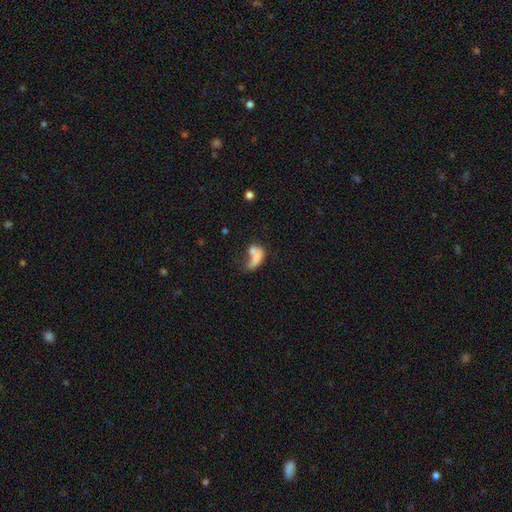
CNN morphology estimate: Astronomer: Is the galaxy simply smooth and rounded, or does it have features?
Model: smooth — 65%.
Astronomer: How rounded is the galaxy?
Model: in between — 76%.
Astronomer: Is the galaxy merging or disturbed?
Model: merger — 46% (runner-up: major disturbance, 23%).